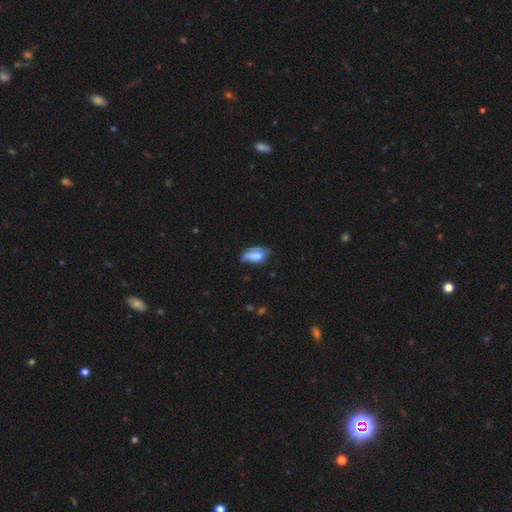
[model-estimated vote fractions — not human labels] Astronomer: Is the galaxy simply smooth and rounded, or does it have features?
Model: smooth — 66%.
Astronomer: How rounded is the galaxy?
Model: in between — 86%.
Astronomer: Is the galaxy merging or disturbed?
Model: minor disturbance — 41% (runner-up: none, 33%).